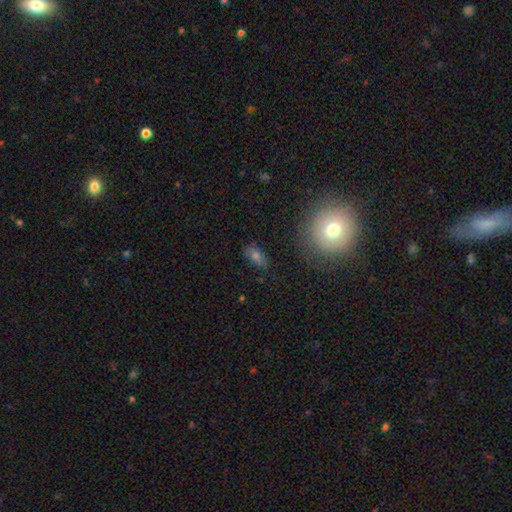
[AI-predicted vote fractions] smooth_or_featured: smooth (p=0.63) [alt: star or artifact p=0.19]
how_rounded: in between (p=0.78) [alt: round p=0.16]
merging: none (p=0.73) [alt: minor disturbance p=0.17]